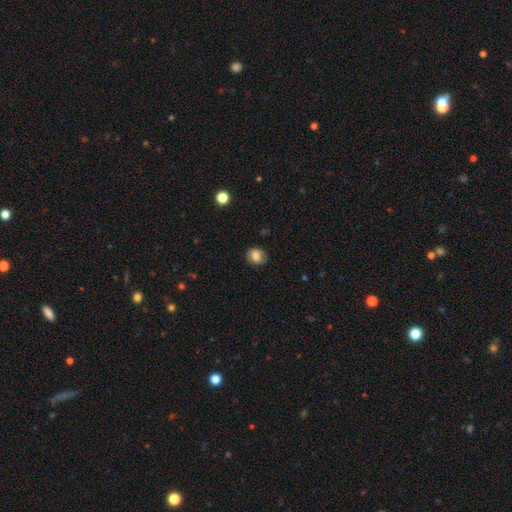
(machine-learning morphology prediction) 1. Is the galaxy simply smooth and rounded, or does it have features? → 74% smooth, 17% featured or disk, 9% star or artifact.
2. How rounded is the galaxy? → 64% round, 35% in between, 1% cigar-shaped.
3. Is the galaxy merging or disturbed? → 83% none, 13% minor disturbance, 3% major disturbance, 1% merger.